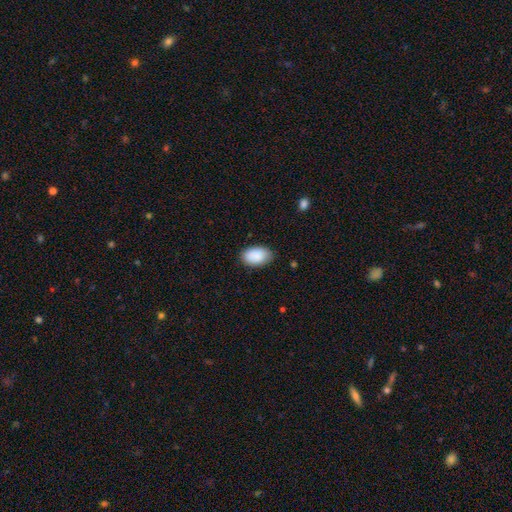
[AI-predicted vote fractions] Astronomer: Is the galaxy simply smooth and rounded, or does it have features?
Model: smooth — 90%.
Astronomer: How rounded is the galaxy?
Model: in between — 93%.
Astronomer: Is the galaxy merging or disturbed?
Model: none — 82%.